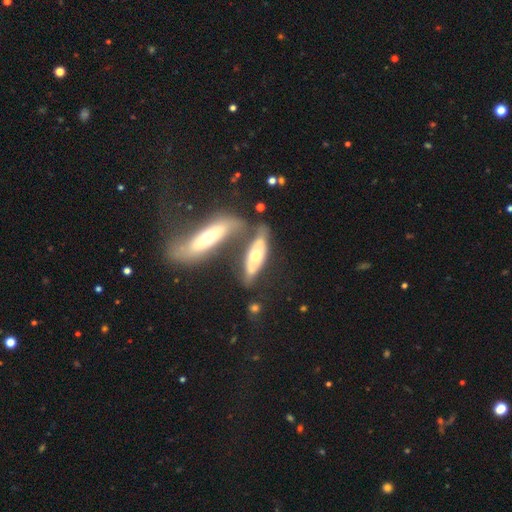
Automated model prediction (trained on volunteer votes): A featured or disk galaxy (57%). Merging: merger (43%).